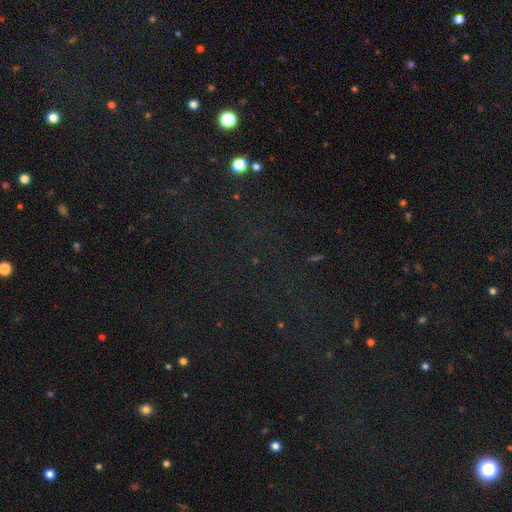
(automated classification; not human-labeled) Smooth or featured?
  - star or artifact: 74% *
  - smooth: 16%
  - featured or disk: 10%